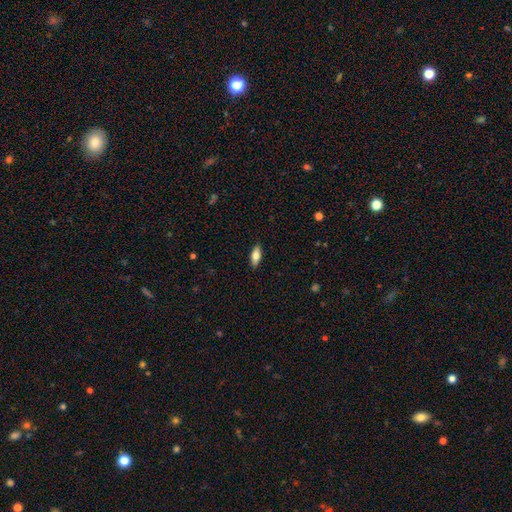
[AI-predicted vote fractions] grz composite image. It shows a smooth galaxy with no disk features (76%) that is in between round and cigar-shaped (76%). Merging: none (89%).